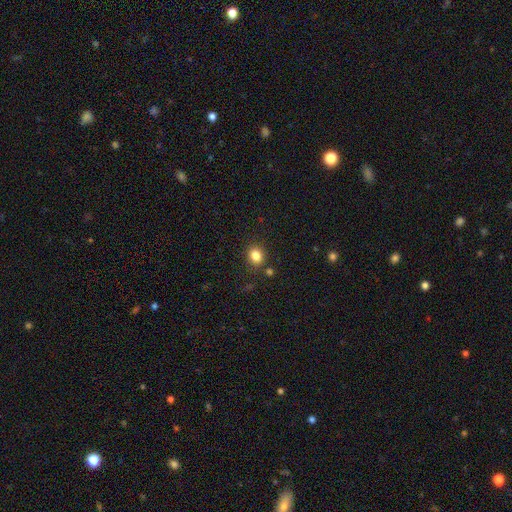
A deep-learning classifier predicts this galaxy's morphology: smooth-or-featured: smooth: 84% | star or artifact: 11% | featured or disk: 5%
  how-rounded: round: 53% | in between: 46% | cigar-shaped: 1%
  merging: none: 82% | minor disturbance: 10% | merger: 4% | major disturbance: 3%